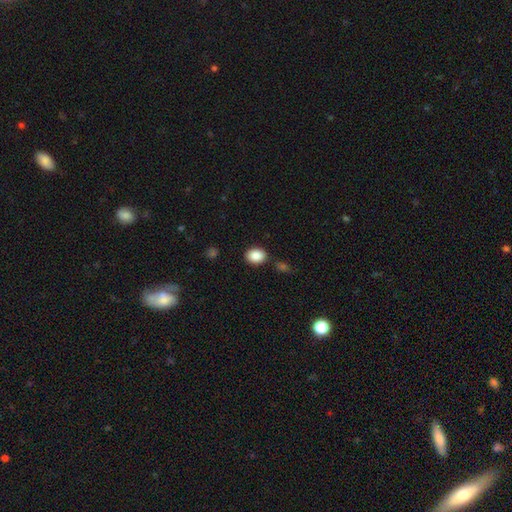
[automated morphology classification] This is clearly a smooth galaxy (87%). How rounded: possibly in between (58%). Merging: clearly none (84%).